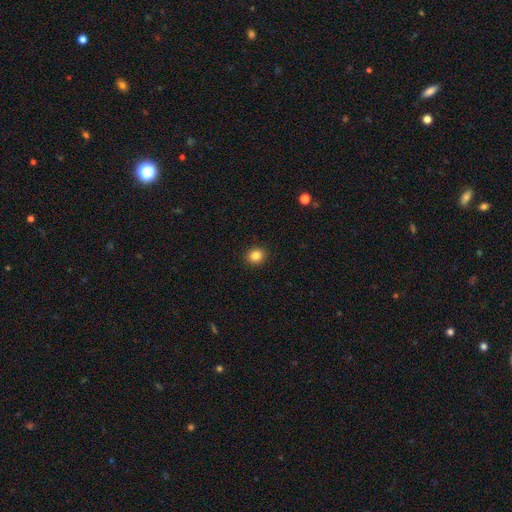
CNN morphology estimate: This appears to be a smooth galaxy with no disk features (84%) that is round (78%). Merging: none (92%).